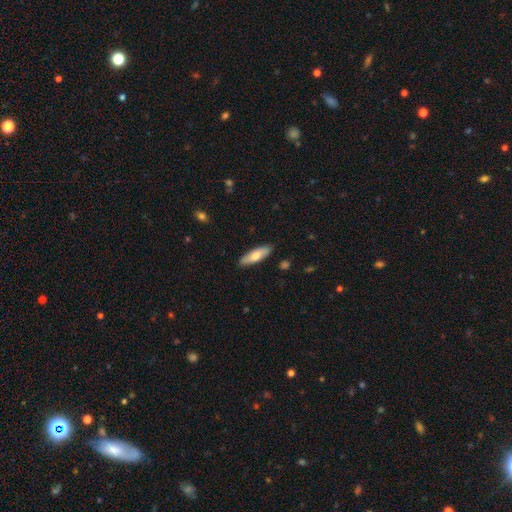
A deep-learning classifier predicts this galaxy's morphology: Smooth or featured? smooth (70%)
How rounded? in between (50%)
Merging? none (88%)